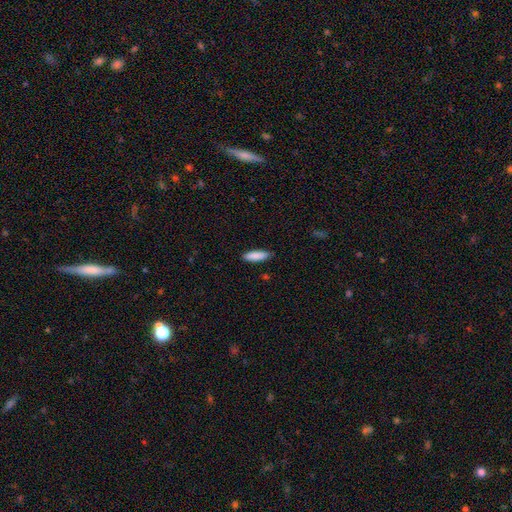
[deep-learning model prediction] This is clearly a smooth galaxy (88%). How rounded: possibly cigar-shaped (56%). Merging: clearly none (85%).